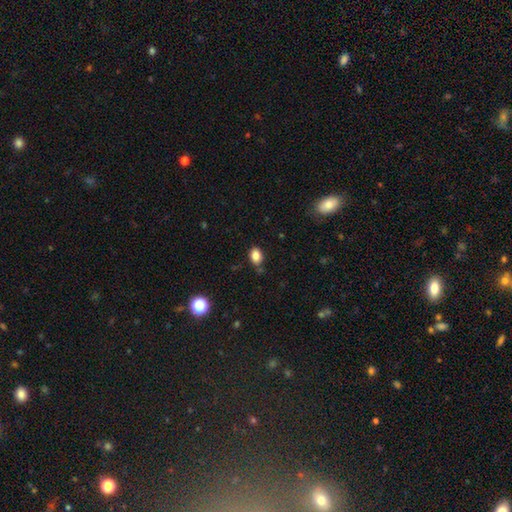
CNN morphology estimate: smooth-or-featured: smooth: 84% | star or artifact: 10% | featured or disk: 5%
  how-rounded: in between: 74% | round: 25% | cigar-shaped: 1%
  merging: none: 74% | minor disturbance: 18% | merger: 5% | major disturbance: 4%